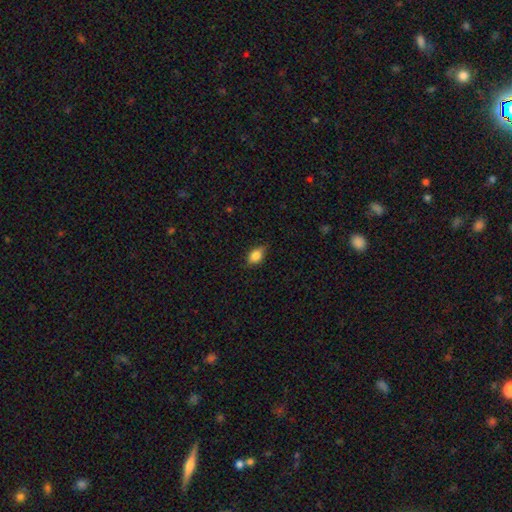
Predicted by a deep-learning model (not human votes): Q: Smooth or featured?
A: smooth (81%); runner-up: featured or disk (10%)
Q: How rounded?
A: in between (81%); runner-up: round (15%)
Q: Merging?
A: none (74%); runner-up: minor disturbance (22%)